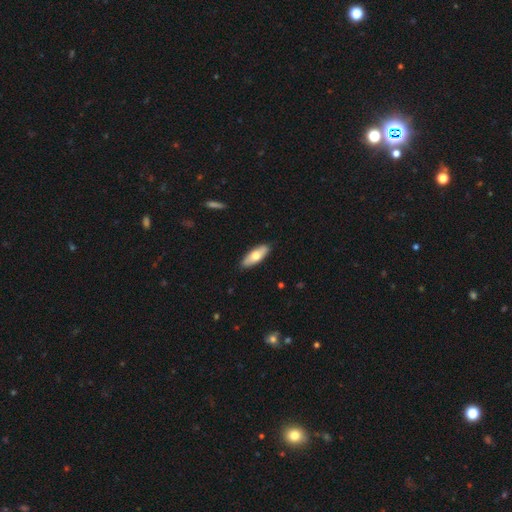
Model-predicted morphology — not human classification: Smooth or featured? smooth (68%)
How rounded? in between (70%)
Merging? none (88%)